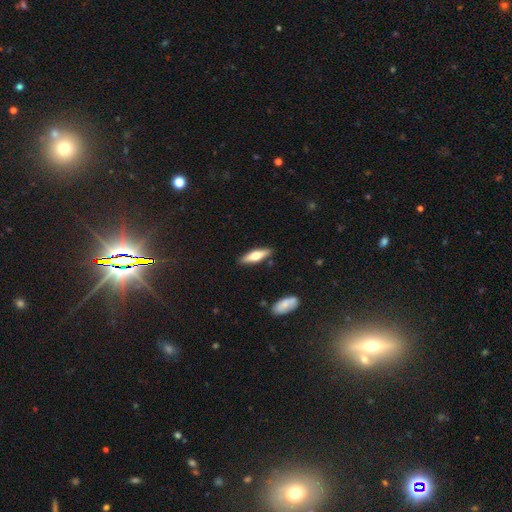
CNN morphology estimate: A smooth galaxy with no disk features (53%) that is cigar-shaped (59%).

Vote fractions:
- Smooth or featured? smooth: 53% / featured or disk: 42% / star or artifact: 5%
- How rounded? cigar-shaped: 59% / in between: 38% / round: 2%
- Merging? none: 88% / minor disturbance: 8% / merger: 2% / major disturbance: 2%